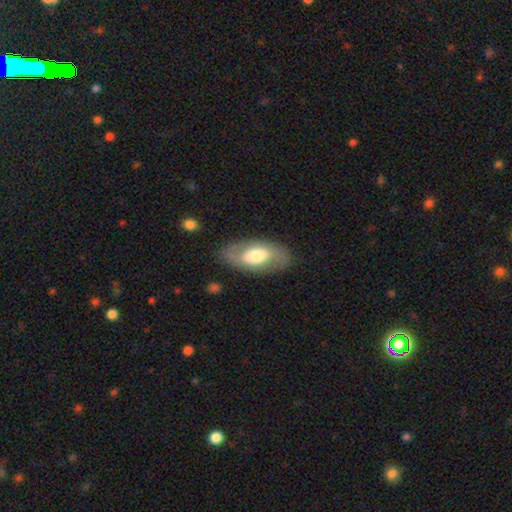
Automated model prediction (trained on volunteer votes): smooth-or-featured: smooth: 50% | featured or disk: 43% | star or artifact: 6%
  how-rounded: in between: 91% | cigar-shaped: 6% | round: 4%
  merging: none: 79% | minor disturbance: 14% | major disturbance: 6% | merger: 2%